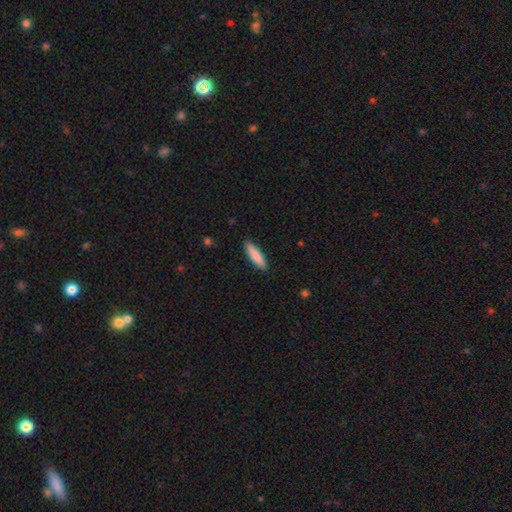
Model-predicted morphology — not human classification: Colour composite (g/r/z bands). It shows a smooth galaxy with no disk features (86%) that is cigar-shaped (67%). Merging: none (90%).